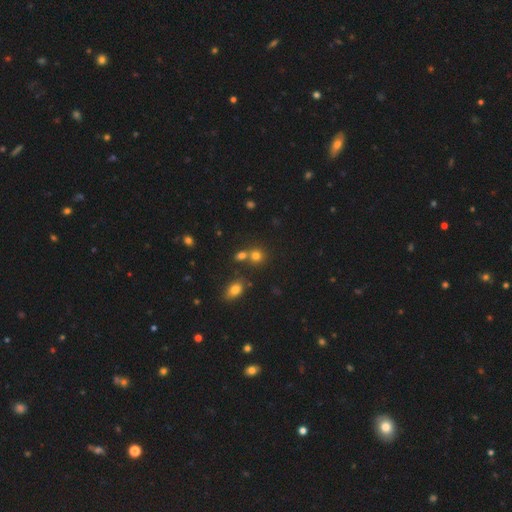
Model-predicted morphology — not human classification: Q: Smooth or featured?
A: smooth (75%); runner-up: star or artifact (17%)
Q: How rounded?
A: round (83%); runner-up: in between (16%)
Q: Merging?
A: none (59%); runner-up: merger (29%)